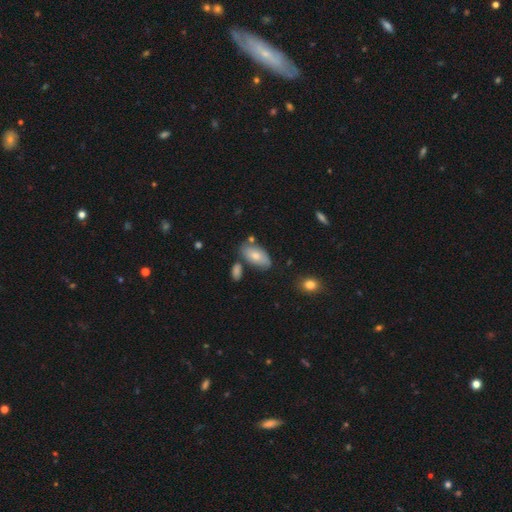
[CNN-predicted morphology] A smooth galaxy with no disk features (69%) that is in between round and cigar-shaped (94%). Merging: none (65%).